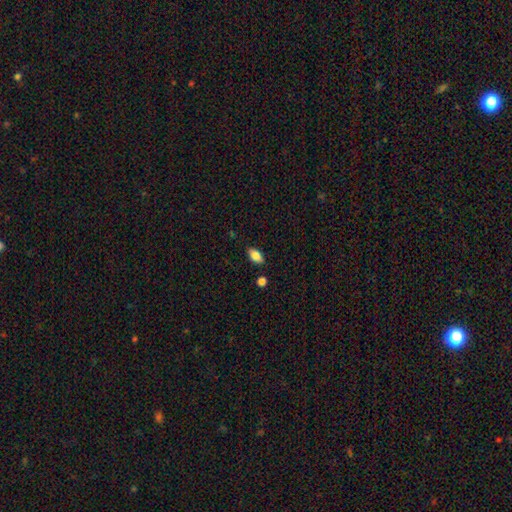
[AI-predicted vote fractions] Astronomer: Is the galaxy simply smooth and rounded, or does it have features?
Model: smooth — 83%.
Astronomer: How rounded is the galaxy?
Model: in between — 90%.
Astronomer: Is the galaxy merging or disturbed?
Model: none — 84%.